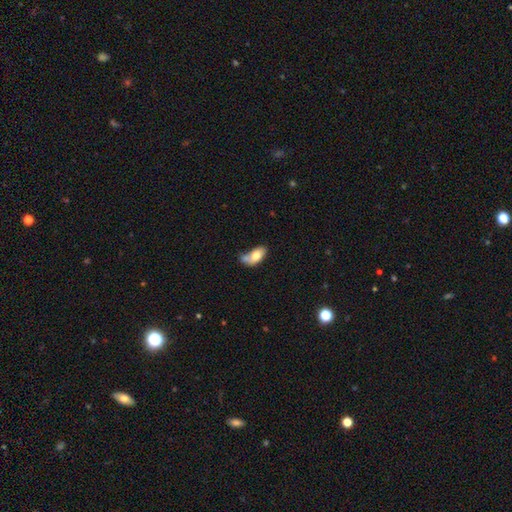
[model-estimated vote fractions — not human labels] smooth 74%, featured or disk 19%, star or artifact 7%. Down the decision tree: how rounded — in between (90%); merging — merger (32%).